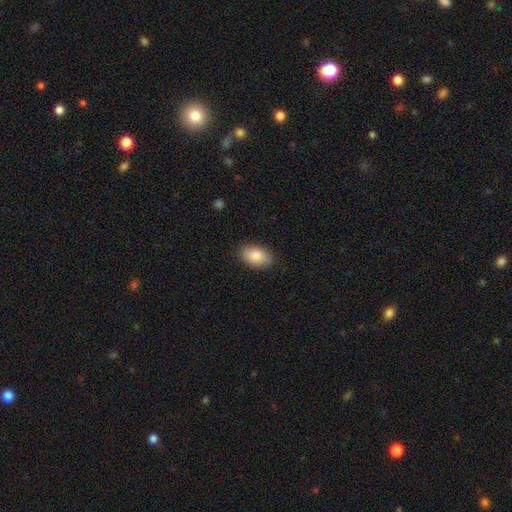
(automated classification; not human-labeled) Smooth or featured? Predicted: smooth (p=0.85). How rounded? Predicted: in between (p=0.90). Merging? Predicted: none (p=0.87).